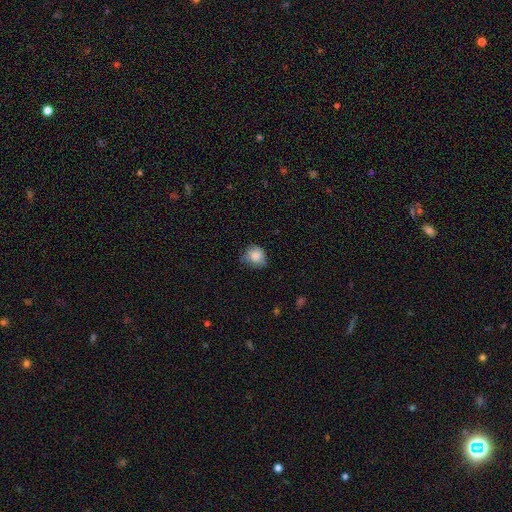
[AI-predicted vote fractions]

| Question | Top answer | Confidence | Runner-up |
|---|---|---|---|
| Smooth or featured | smooth | 83% | featured or disk (8%) |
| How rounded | round | 74% | in between (25%) |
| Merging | none | 53% | minor disturbance (36%) |